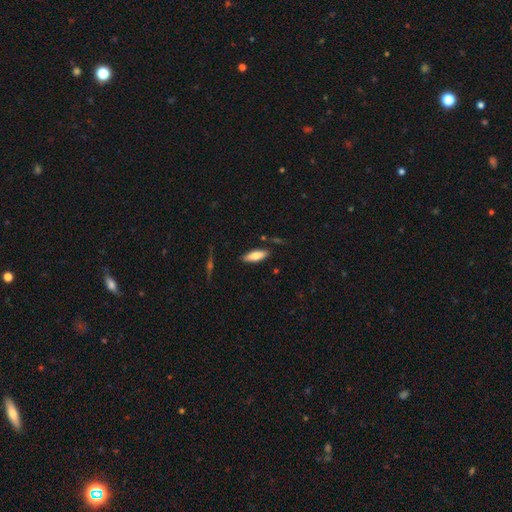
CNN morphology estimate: Overall: smooth (76%). How rounded: in between (62%; cigar-shaped 36%). Merging: none (82%).